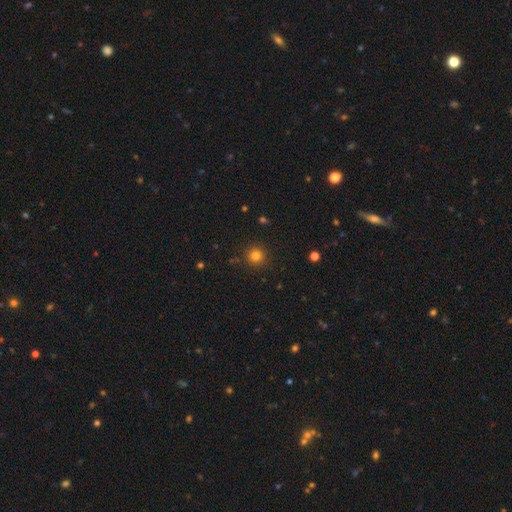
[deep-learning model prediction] smooth_or_featured: smooth (p=0.81) [alt: star or artifact p=0.14]
how_rounded: round (p=0.94) [alt: in between p=0.05]
merging: none (p=0.89) [alt: minor disturbance p=0.07]